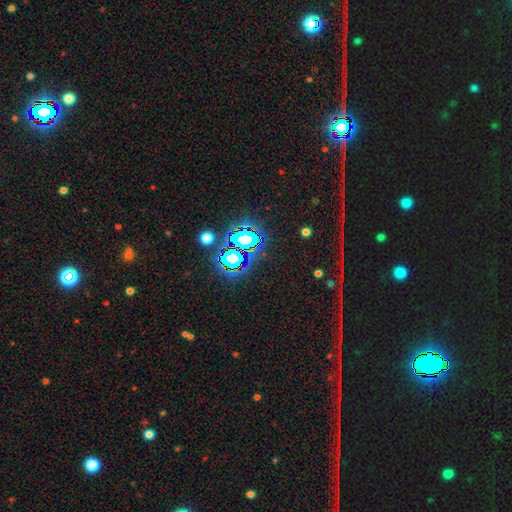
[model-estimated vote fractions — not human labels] star or artifact 81%, smooth 10%, featured or disk 9%.